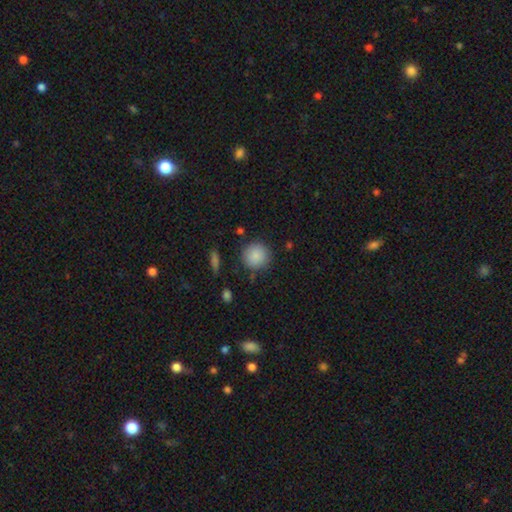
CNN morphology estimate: Smooth or featured?
  - smooth: 88% *
  - star or artifact: 7%
  - featured or disk: 5%
How rounded?
  - round: 92% *
  - in between: 7%
  - cigar-shaped: 1%
Merging?
  - none: 85% *
  - minor disturbance: 10%
  - major disturbance: 3%
  - merger: 2%